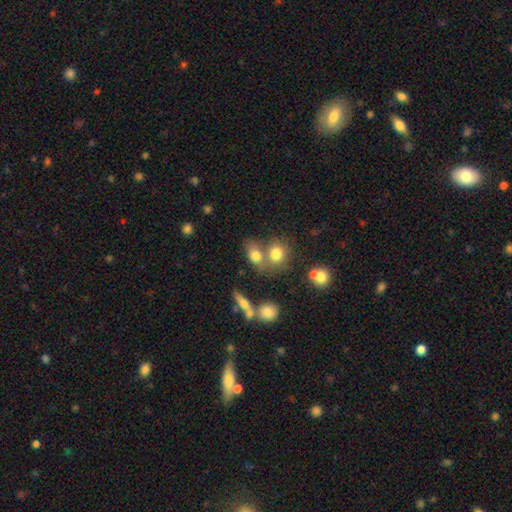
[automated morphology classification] smooth 73%, featured or disk 14%, star or artifact 13%. Down the decision tree: how rounded — in between (55%); merging — merger (44%).